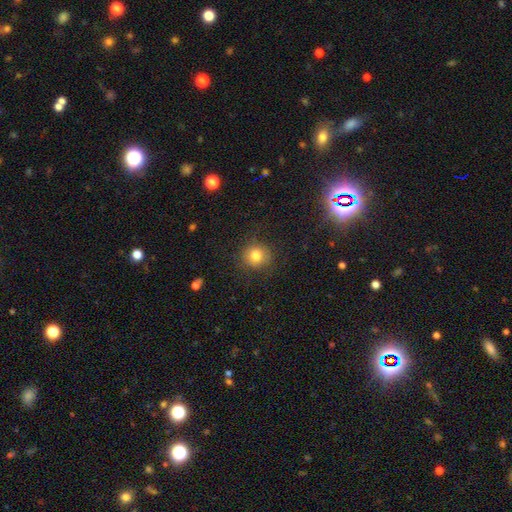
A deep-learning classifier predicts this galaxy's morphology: smooth 80%, star or artifact 12%, featured or disk 8%. Down the decision tree: how rounded — round (88%); merging — none (83%).